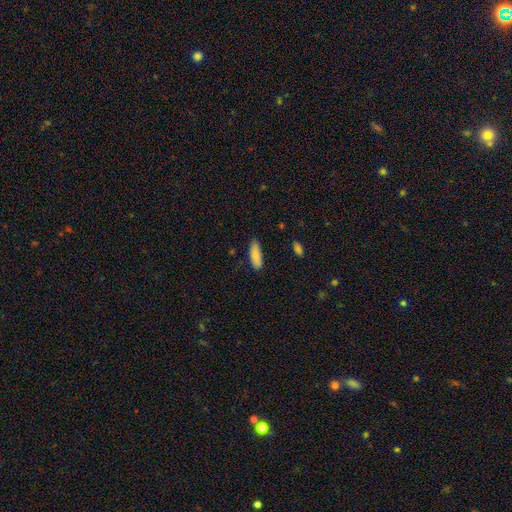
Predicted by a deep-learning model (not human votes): The model was most divided on "how rounded": in between: 64%, cigar-shaped: 34%, round: 2%. More confident: smooth or featured — smooth (83%); merging — none (80%).